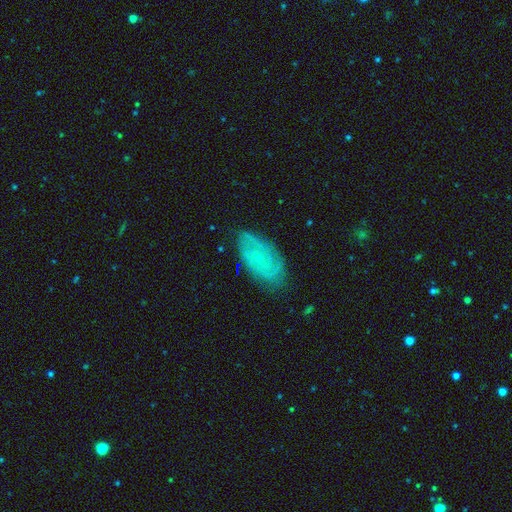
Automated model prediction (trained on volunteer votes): Morphology: type=smooth (48%); merging=none (81%).